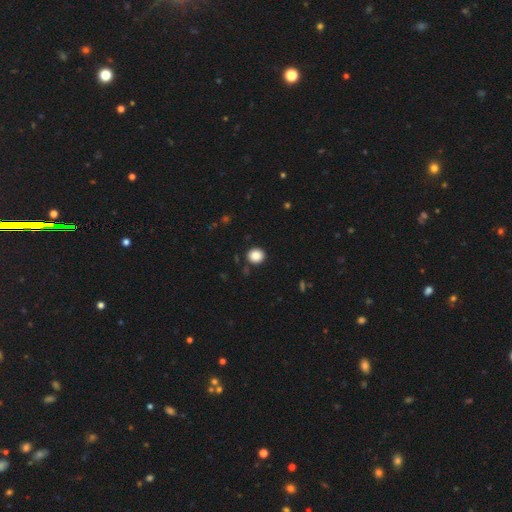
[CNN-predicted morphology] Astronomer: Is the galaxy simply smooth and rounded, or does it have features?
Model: smooth — 87%.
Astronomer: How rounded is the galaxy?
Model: round — 87%.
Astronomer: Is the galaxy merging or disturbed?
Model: none — 90%.